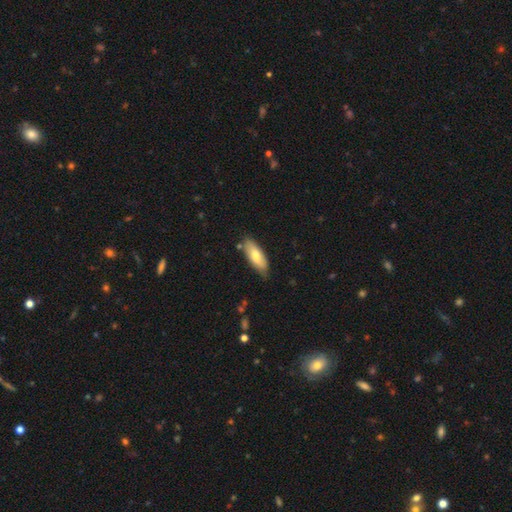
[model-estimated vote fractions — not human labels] A smooth galaxy with no disk features (71%) that is in between round and cigar-shaped (75%). Merging: none (72%).